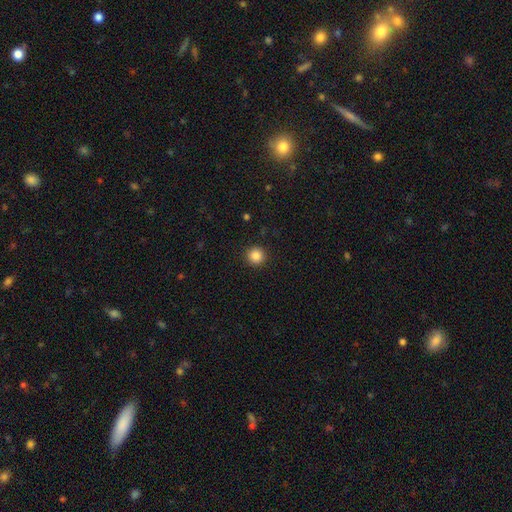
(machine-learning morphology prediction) This is clearly a smooth galaxy (85%). How rounded: clearly round (95%). Merging: clearly none (92%).